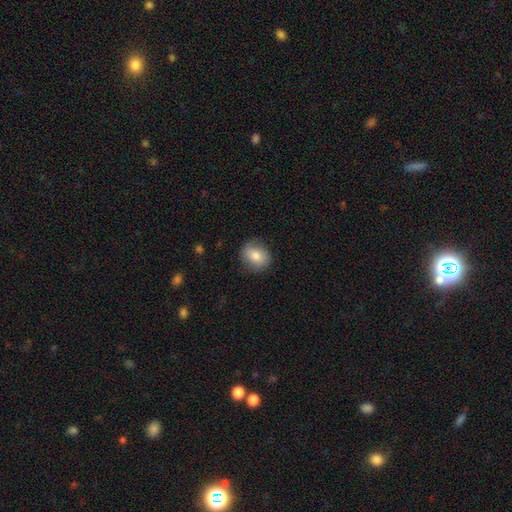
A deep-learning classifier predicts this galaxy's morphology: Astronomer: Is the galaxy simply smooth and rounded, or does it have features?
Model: smooth — 76%.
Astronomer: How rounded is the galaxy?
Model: round — 65%.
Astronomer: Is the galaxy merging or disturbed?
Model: none — 80%.